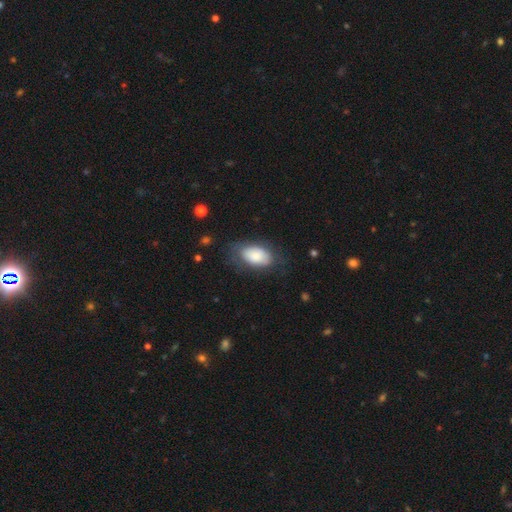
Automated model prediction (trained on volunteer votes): smooth 79%, featured or disk 15%, star or artifact 7%. Down the decision tree: how rounded — in between (93%); merging — none (64%).